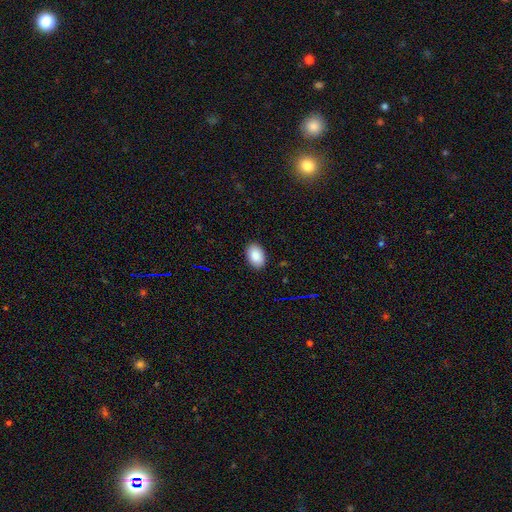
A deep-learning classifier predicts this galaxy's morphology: type=smooth (89%); roundness=in between (90%); merging=none (89%).